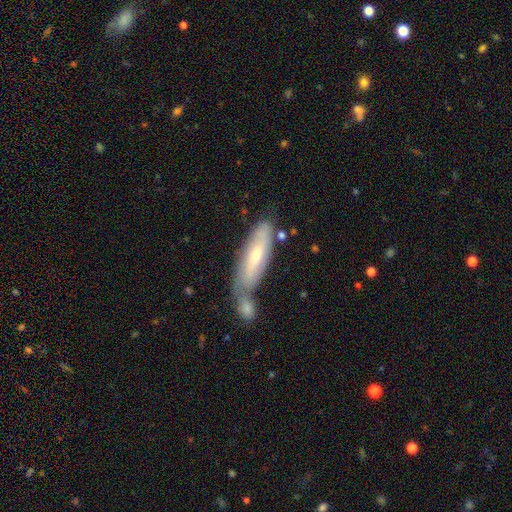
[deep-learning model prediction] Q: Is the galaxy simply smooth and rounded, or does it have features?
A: smooth — 51%.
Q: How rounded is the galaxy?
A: cigar-shaped — 56%.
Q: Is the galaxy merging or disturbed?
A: none — 42%.